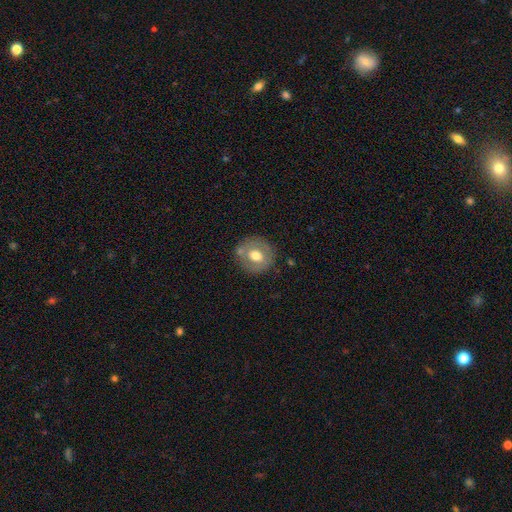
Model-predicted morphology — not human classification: smooth 56%, featured or disk 36%, star or artifact 7%. Down the decision tree: how rounded — round (85%); merging — none (77%).